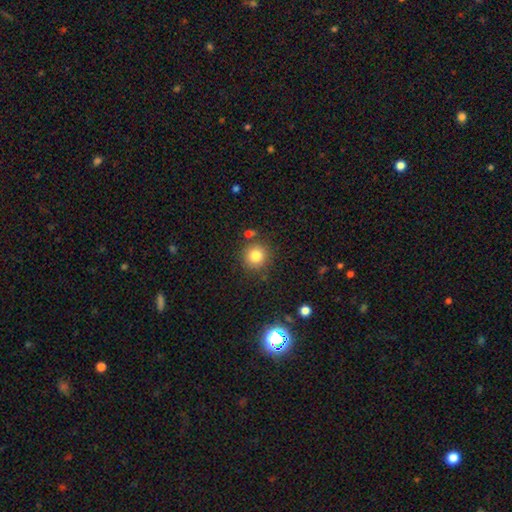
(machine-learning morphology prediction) This is clearly a smooth galaxy (81%). How rounded: clearly round (92%). Merging: clearly none (81%).